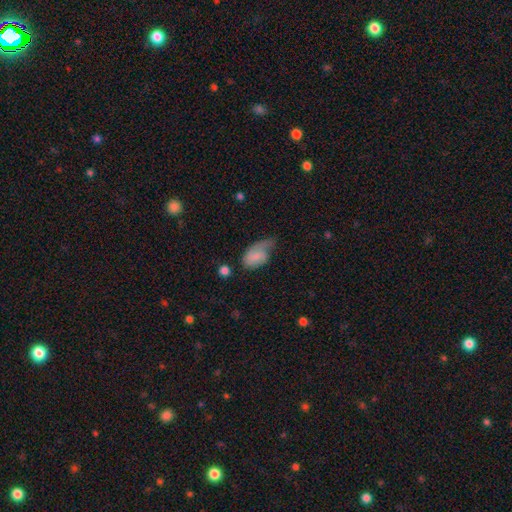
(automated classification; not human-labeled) Smooth or featured: smooth — 66% (featured or disk — 27%)
How rounded: in between — 90% (round — 9%)
Merging: minor disturbance — 40% (major disturbance — 30%)